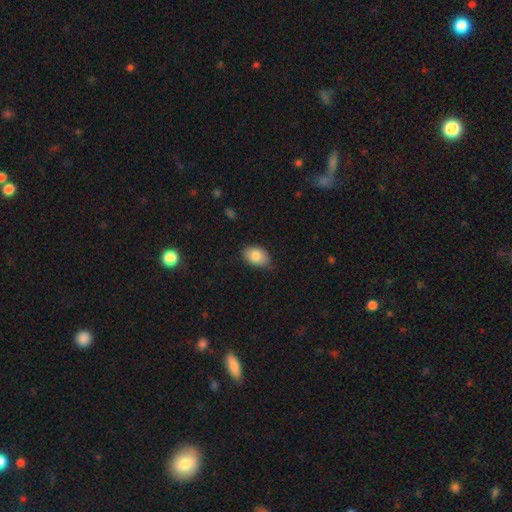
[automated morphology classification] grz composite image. It shows a smooth galaxy with no disk features (84%) that is in between round and cigar-shaped (83%). Merging: none (74%).